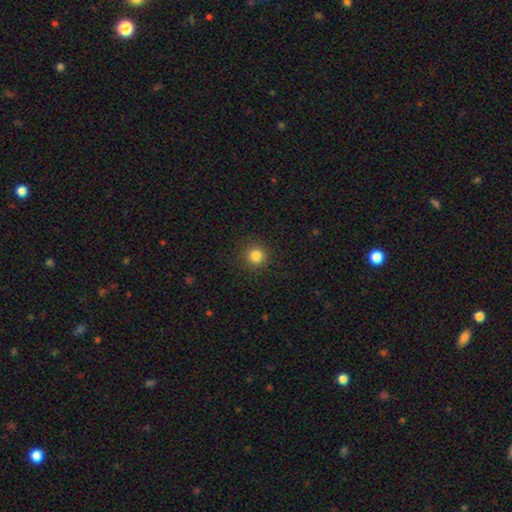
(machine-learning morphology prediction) This appears to be a smooth galaxy with no disk features (84%) that is round (95%). Merging: none (91%).